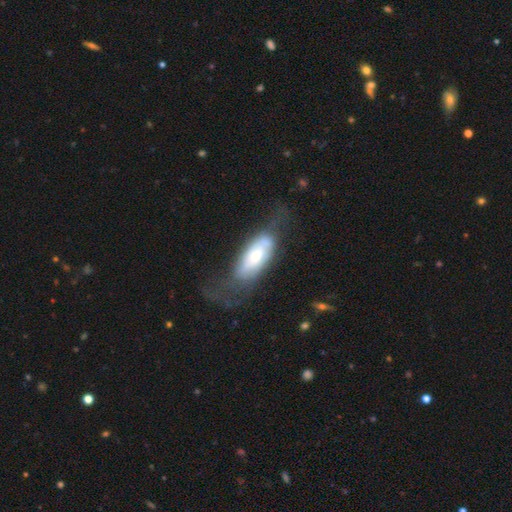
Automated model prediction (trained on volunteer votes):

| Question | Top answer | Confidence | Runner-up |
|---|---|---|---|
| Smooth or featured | featured or disk | 54% | smooth (40%) |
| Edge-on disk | no | 82% | yes (18%) |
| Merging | none | 43% | major disturbance (27%) |